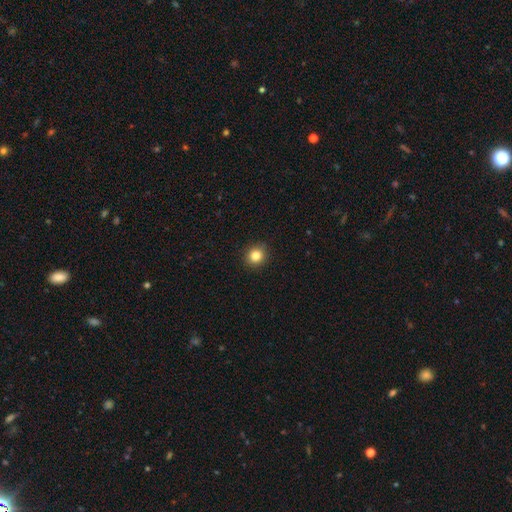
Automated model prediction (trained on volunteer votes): Smooth or featured?
  - smooth: 84% *
  - star or artifact: 11%
  - featured or disk: 5%
How rounded?
  - round: 89% *
  - in between: 10%
  - cigar-shaped: 1%
Merging?
  - none: 92% *
  - minor disturbance: 6%
  - major disturbance: 2%
  - merger: 1%